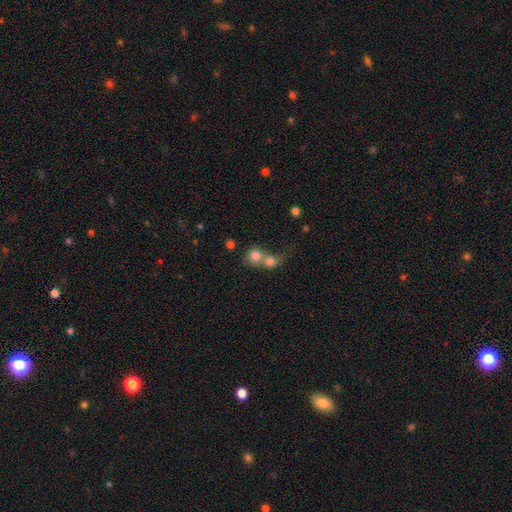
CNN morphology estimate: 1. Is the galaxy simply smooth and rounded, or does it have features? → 79% smooth, 11% featured or disk, 10% star or artifact.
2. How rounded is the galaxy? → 81% round, 18% in between, 1% cigar-shaped.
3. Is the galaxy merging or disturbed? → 64% merger, 26% none, 6% minor disturbance, 5% major disturbance.